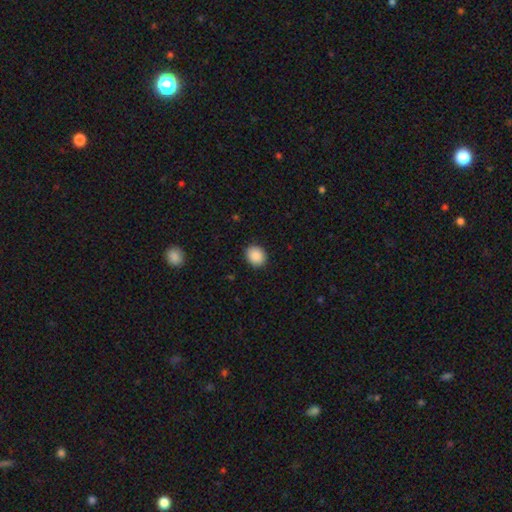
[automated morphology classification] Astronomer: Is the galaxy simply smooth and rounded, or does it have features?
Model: smooth — 90%.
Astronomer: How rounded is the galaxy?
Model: round — 67%.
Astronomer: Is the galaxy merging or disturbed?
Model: none — 90%.